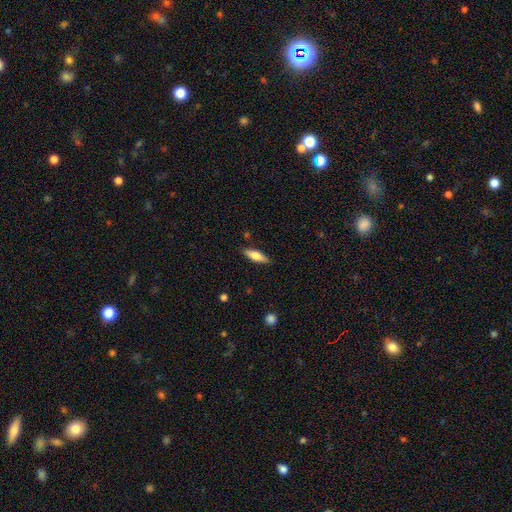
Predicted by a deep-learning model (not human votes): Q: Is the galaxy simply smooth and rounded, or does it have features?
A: smooth — 65%.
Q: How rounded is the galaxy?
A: in between — 50%.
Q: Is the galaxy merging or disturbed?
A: none — 86%.